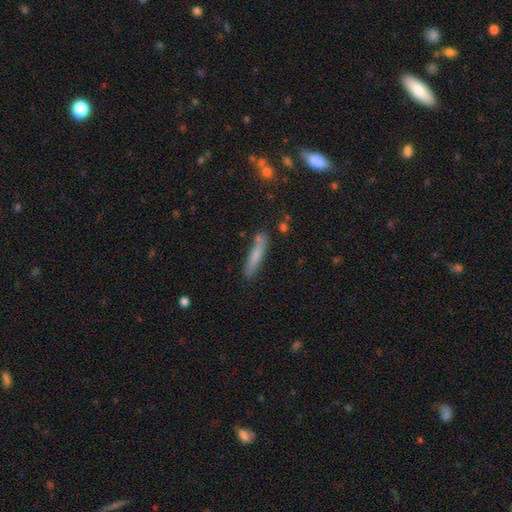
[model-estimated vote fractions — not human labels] This appears to be a smooth galaxy with no disk features (72%) that is cigar-shaped (91%). Merging: none (75%).